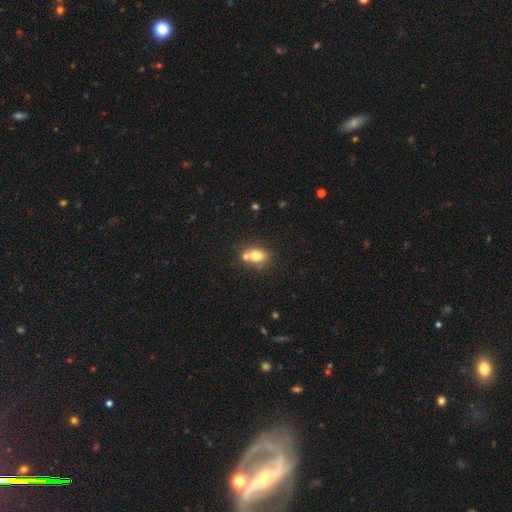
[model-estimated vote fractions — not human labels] smooth_or_featured: smooth (p=0.73) [alt: featured or disk p=0.16]
how_rounded: in between (p=0.62) [alt: round p=0.36]
merging: none (p=0.45) [alt: merger p=0.39]